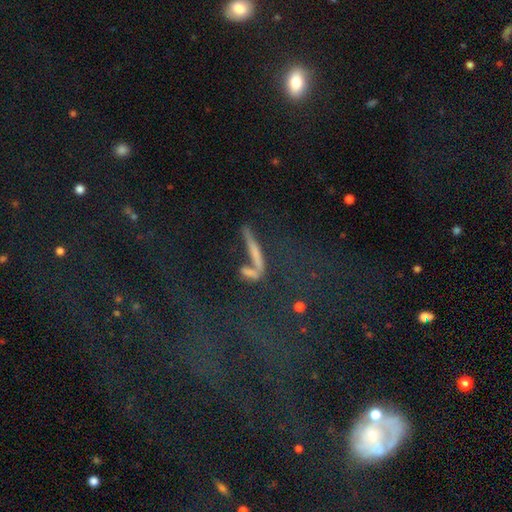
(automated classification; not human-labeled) This appears to be a smooth galaxy with no disk features (45%). Merging: none (51%).